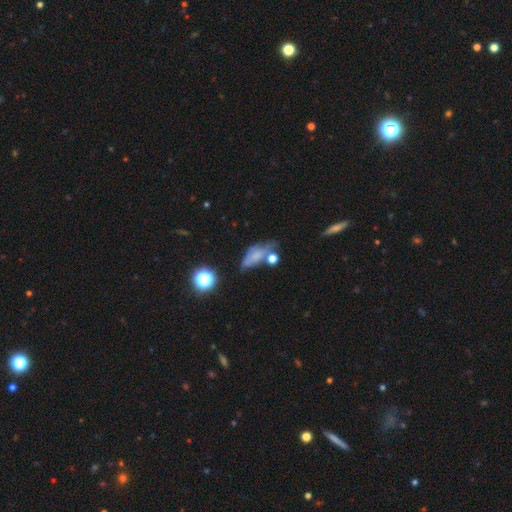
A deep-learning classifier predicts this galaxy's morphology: A smooth galaxy with no disk features (51%) that is in between round and cigar-shaped (72%).

Vote fractions:
- Smooth or featured? smooth: 51% / featured or disk: 32% / star or artifact: 17%
- How rounded? in between: 72% / cigar-shaped: 17% / round: 11%
- Merging? none: 31% / minor disturbance: 26% / major disturbance: 25% / merger: 17%